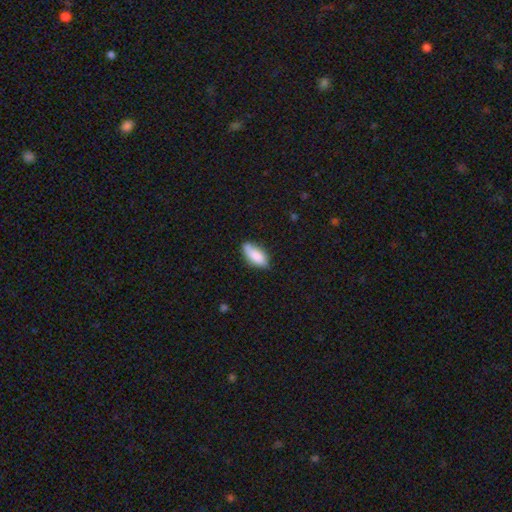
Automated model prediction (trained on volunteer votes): Morphology: type=smooth (84%); roundness=in between (85%); merging=none (71%).